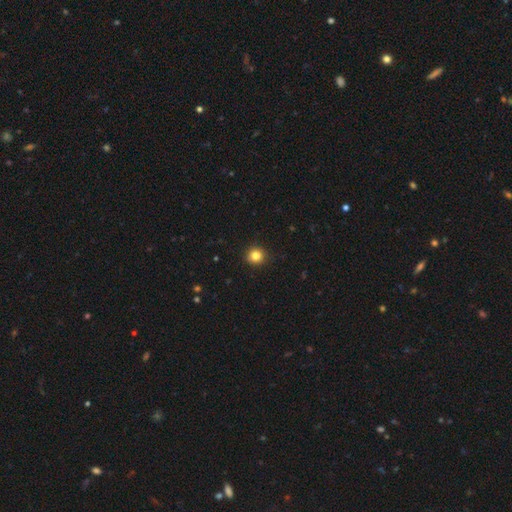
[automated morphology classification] smooth-or-featured: smooth: 83% | star or artifact: 12% | featured or disk: 6%
  how-rounded: round: 92% | in between: 7% | cigar-shaped: 1%
  merging: none: 91% | minor disturbance: 7% | major disturbance: 2% | merger: 1%